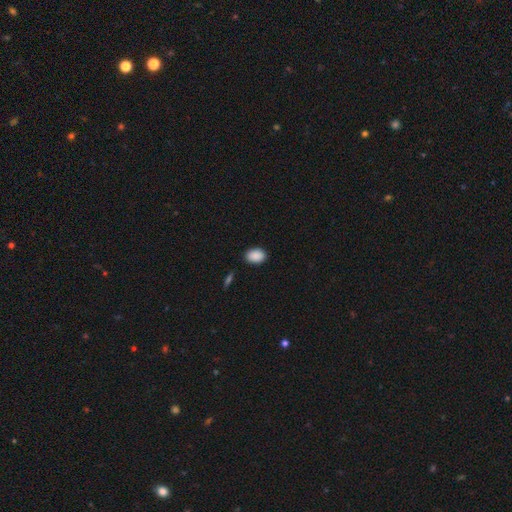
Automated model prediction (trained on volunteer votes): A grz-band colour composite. It shows a smooth galaxy with no disk features (90%) that is in between round and cigar-shaped (82%). Merging: none (87%).